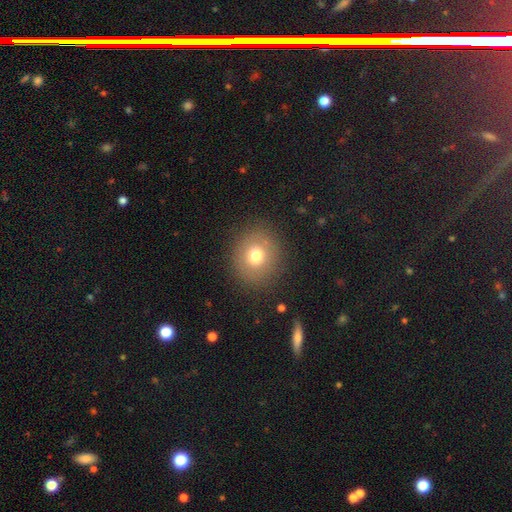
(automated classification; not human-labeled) Q: Smooth or featured?
A: smooth (73%); runner-up: featured or disk (16%)
Q: How rounded?
A: round (83%); runner-up: in between (16%)
Q: Merging?
A: none (86%); runner-up: minor disturbance (8%)